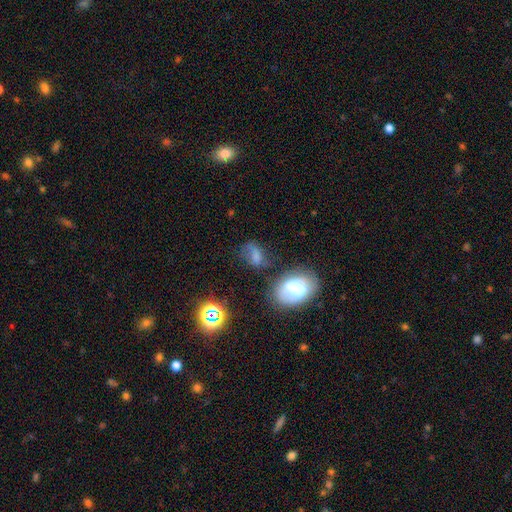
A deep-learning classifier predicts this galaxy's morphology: Overall: smooth (60%; featured or disk 22%). How rounded: in between (77%). Merging: none (39%; minor disturbance 25%).